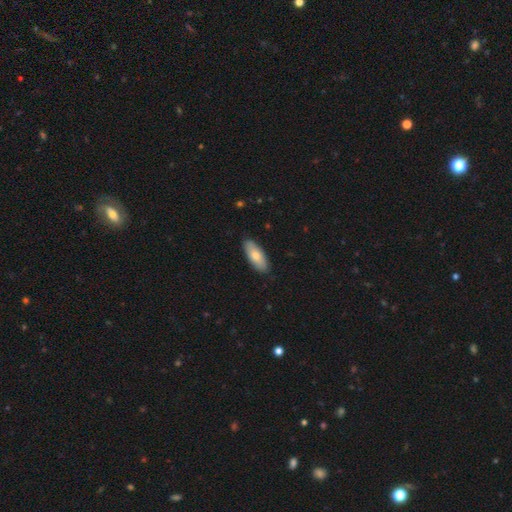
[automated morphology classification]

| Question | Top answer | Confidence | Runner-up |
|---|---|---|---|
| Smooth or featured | smooth | 73% | featured or disk (21%) |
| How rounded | in between | 81% | cigar-shaped (17%) |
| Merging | none | 88% | minor disturbance (10%) |